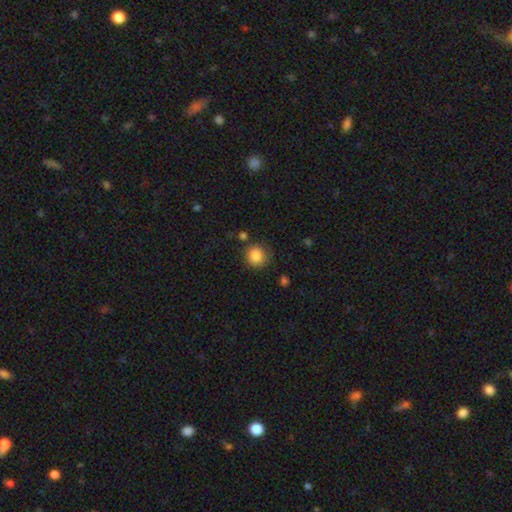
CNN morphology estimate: Overall: smooth (86%). How rounded: round (86%). Merging: none (77%).